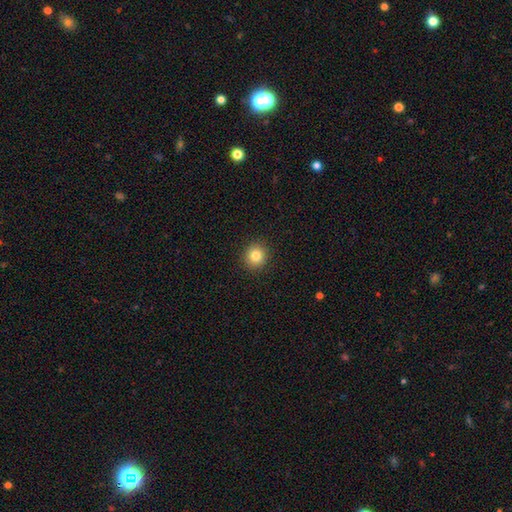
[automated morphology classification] The model was most divided on "smooth or featured": smooth: 83%, star or artifact: 11%, featured or disk: 6%. More confident: merging — none (92%); how rounded — round (90%).